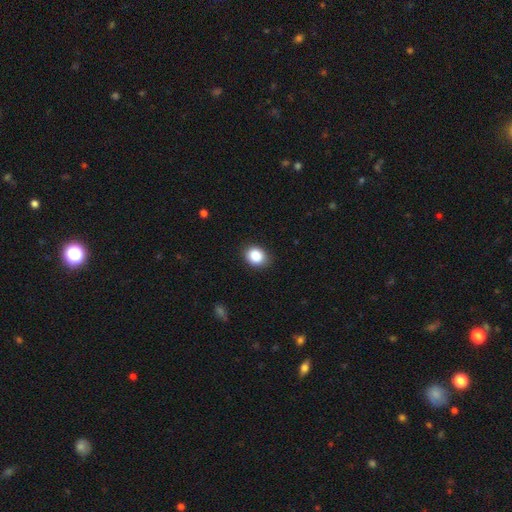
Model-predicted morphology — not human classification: A smooth galaxy with no disk features (87%) that is round (57%). Merging: none (87%).